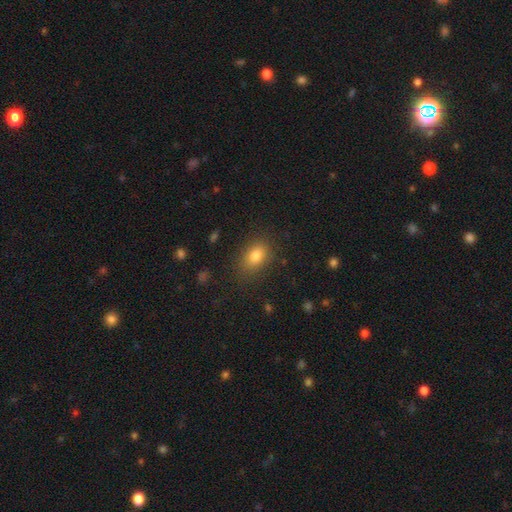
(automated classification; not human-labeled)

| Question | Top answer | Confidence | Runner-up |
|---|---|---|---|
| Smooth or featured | smooth | 80% | star or artifact (11%) |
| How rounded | in between | 77% | round (21%) |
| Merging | none | 82% | minor disturbance (13%) |